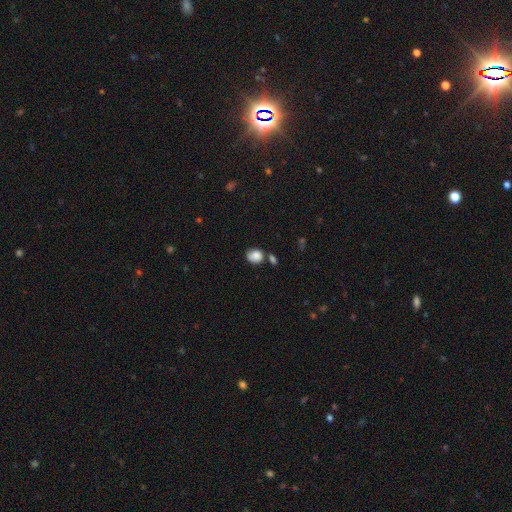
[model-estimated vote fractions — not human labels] smooth 82%, star or artifact 9%, featured or disk 8%. Down the decision tree: how rounded — round (61%); merging — none (57%).